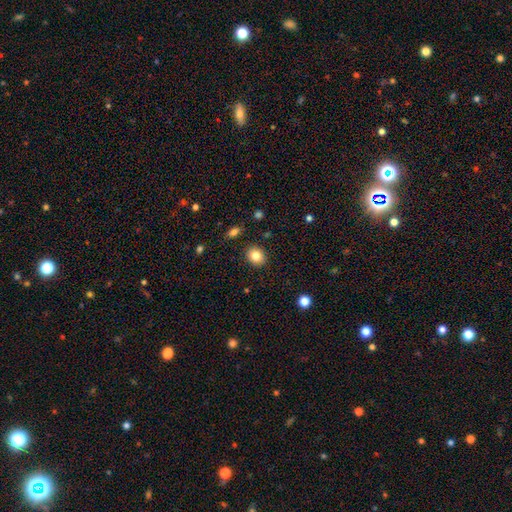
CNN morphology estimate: smooth_or_featured: smooth (p=0.82) [alt: star or artifact p=0.10]
how_rounded: round (p=0.66) [alt: in between p=0.33]
merging: none (p=0.90) [alt: minor disturbance p=0.07]